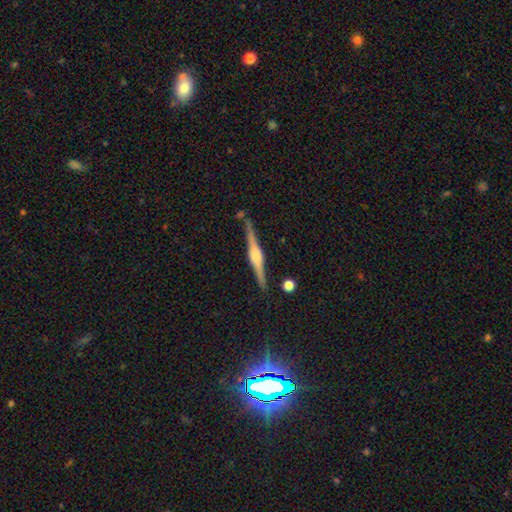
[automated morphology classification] This is clearly a featured or disk galaxy (82%). It is clearly viewed edge-on (98%). Edge-on bulge: likely rounded (80%). Merging: clearly none (86%).